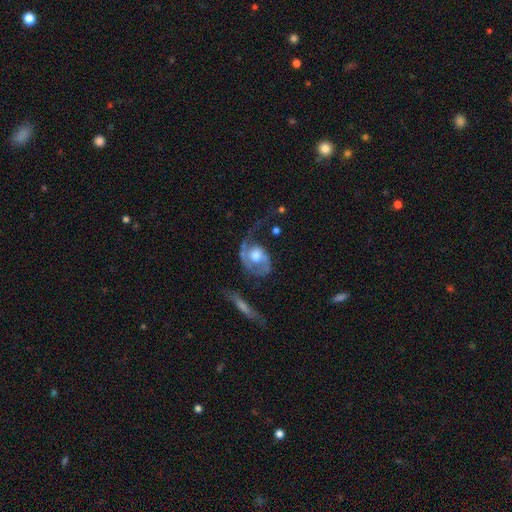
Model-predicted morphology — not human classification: A featured or disk galaxy (76%) with no bar (69%), 1 (51%) loose (45%) spiral arms (86%) and a moderate central bulge (57%). Merging: major disturbance (47%).